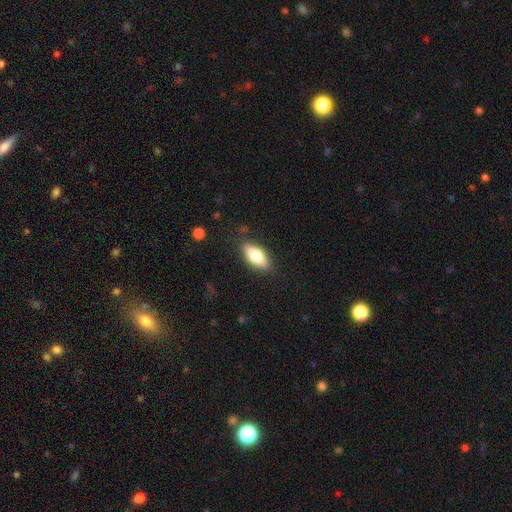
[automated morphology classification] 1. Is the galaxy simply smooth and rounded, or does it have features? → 73% smooth, 20% featured or disk, 7% star or artifact.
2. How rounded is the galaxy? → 79% in between, 18% cigar-shaped, 3% round.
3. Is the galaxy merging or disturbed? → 84% none, 12% minor disturbance, 3% major disturbance, 1% merger.